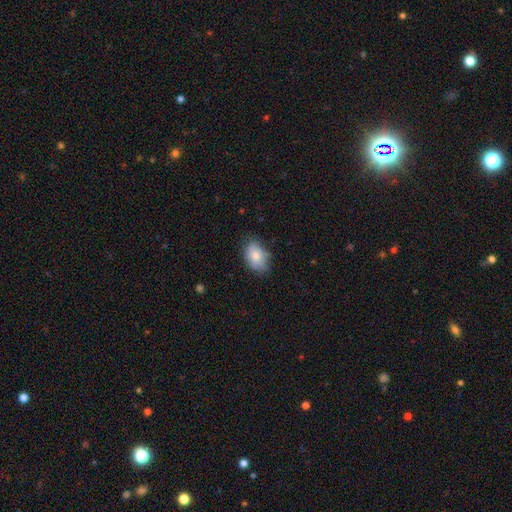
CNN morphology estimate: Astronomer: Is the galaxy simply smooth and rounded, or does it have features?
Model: smooth — 80%.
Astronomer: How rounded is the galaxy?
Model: in between — 87%.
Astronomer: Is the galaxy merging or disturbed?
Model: none — 74%.